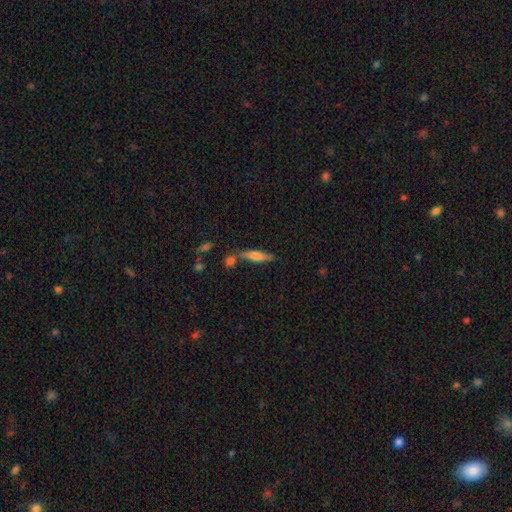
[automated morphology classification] Smooth or featured? Predicted: smooth (p=0.60). How rounded? Predicted: cigar-shaped (p=0.64). Merging? Predicted: none (p=0.61).